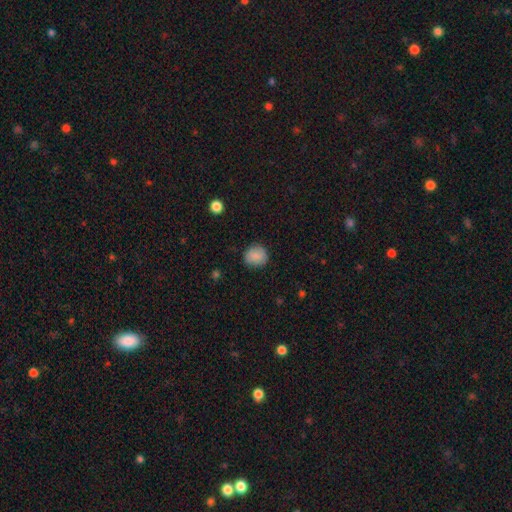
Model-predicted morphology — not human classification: Q: Smooth or featured?
A: smooth (86%); runner-up: star or artifact (9%)
Q: How rounded?
A: round (80%); runner-up: in between (19%)
Q: Merging?
A: none (83%); runner-up: minor disturbance (13%)